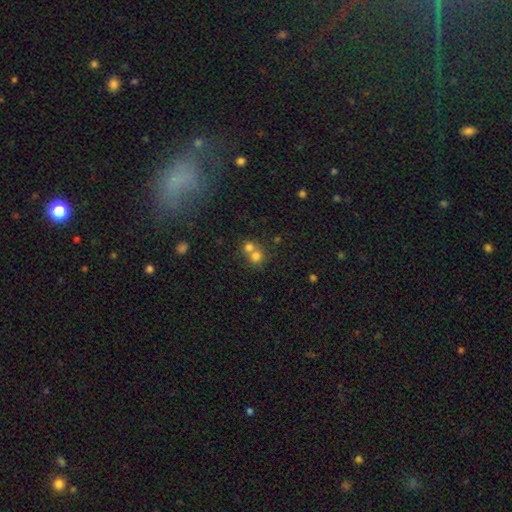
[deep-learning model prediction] This is likely a smooth galaxy (73%). How rounded: clearly round (83%). Merging: possibly merger (57%).